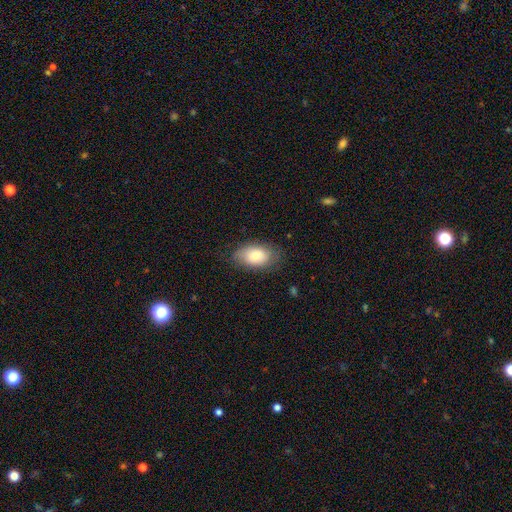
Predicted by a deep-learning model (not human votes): Smooth or featured?
  - smooth: 79% *
  - featured or disk: 14%
  - star or artifact: 7%
How rounded?
  - in between: 92% *
  - round: 6%
  - cigar-shaped: 2%
Merging?
  - none: 75% *
  - minor disturbance: 19%
  - major disturbance: 5%
  - merger: 1%